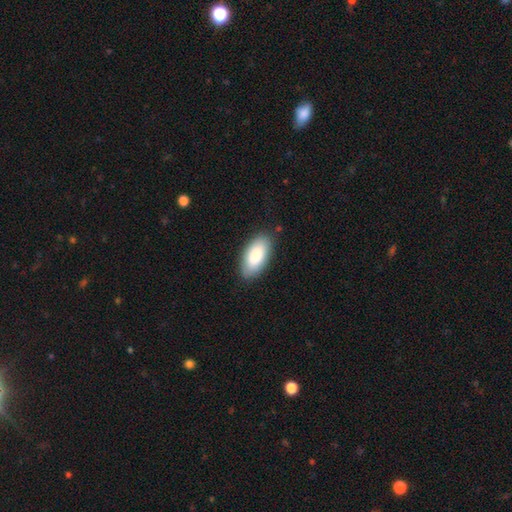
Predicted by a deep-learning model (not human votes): This is clearly a smooth galaxy (84%). How rounded: clearly in between (93%). Merging: clearly none (85%).